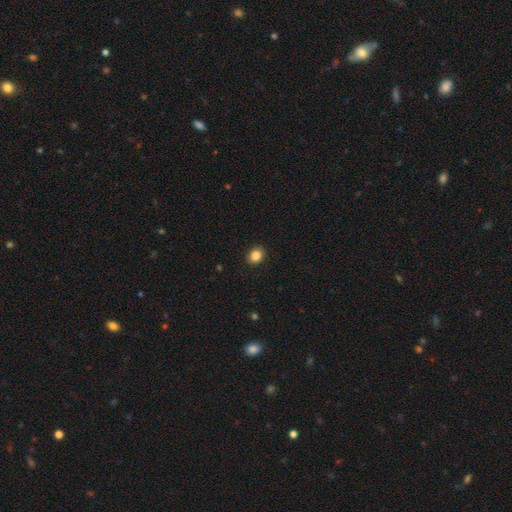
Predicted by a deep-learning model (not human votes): smooth_or_featured: smooth (p=0.86) [alt: star or artifact p=0.10]
how_rounded: round (p=0.58) [alt: in between p=0.41]
merging: none (p=0.91) [alt: minor disturbance p=0.06]